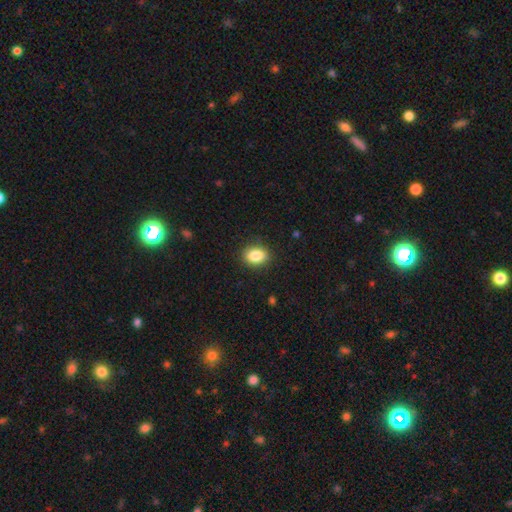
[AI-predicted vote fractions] Morphology: type=smooth (87%); roundness=in between (74%); merging=none (88%).